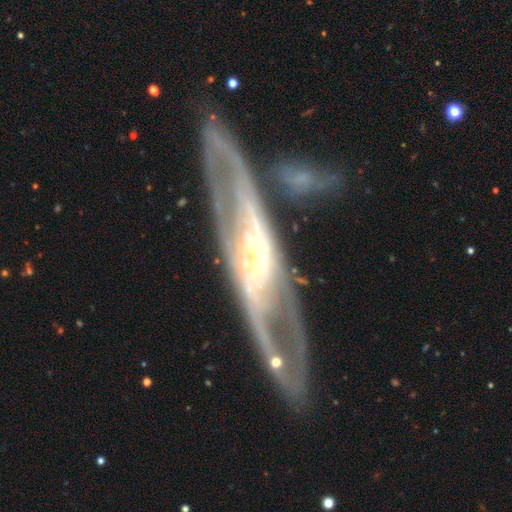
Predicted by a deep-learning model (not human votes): Smooth or featured? featured or disk (85%)
Edge-on disk? no (70%)
Bar? no (47%)
Spiral arms? yes (84%)
Bulge size? small (60%)
Merging? none (67%)